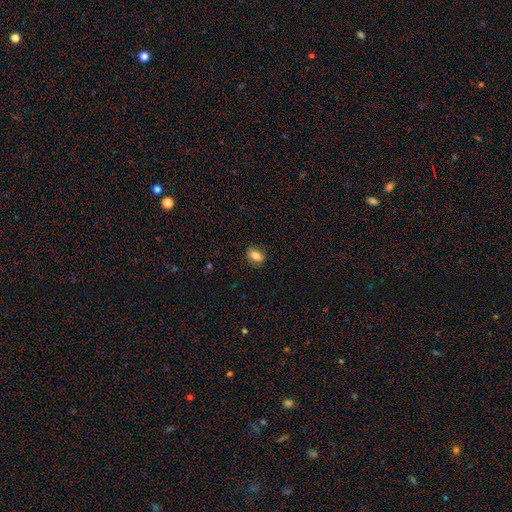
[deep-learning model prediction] A smooth galaxy with no disk features (78%) that is in between round and cigar-shaped (76%). Merging: none (81%).